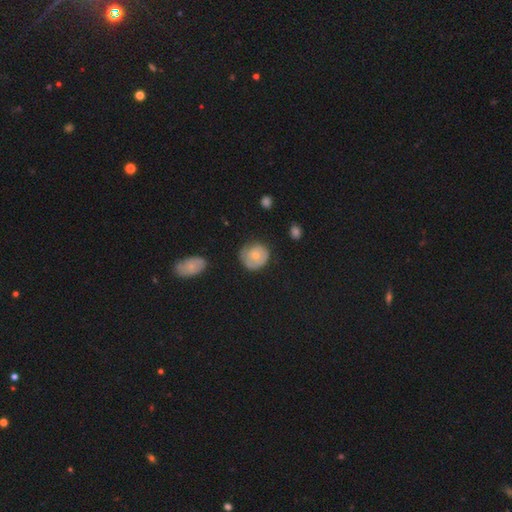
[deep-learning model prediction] Smooth or featured: smooth — 53% (featured or disk — 39%)
How rounded: round — 77% (in between — 22%)
Merging: none — 60% (minor disturbance — 28%)